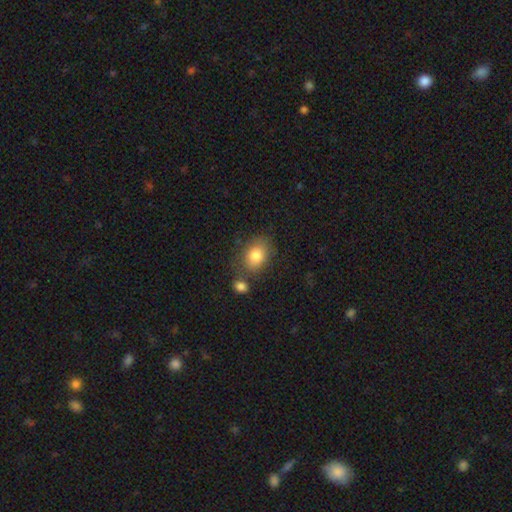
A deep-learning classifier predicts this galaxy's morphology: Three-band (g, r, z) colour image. It shows a smooth galaxy with no disk features (82%) that is in between round and cigar-shaped (63%). Merging: none (67%).